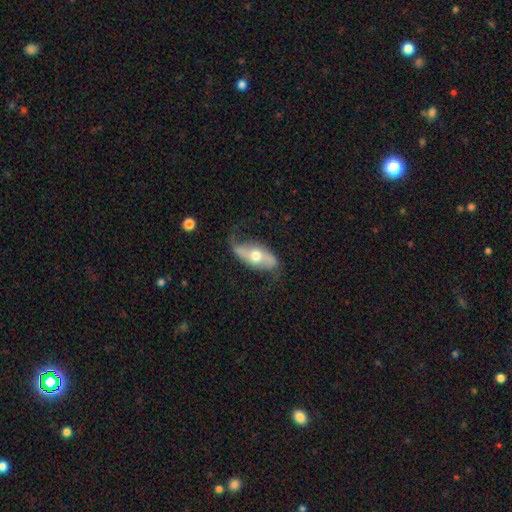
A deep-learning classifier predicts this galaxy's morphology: Smooth or featured? Predicted: featured or disk (p=0.74). Edge-on disk? Predicted: no (p=0.88). Bar? Predicted: no (p=0.54). Spiral arms? Predicted: yes (p=0.87). Spiral winding? Predicted: loose (p=0.75). Spiral arm count? Predicted: 2 (p=0.88). Bulge size? Predicted: moderate (p=0.74). Merging? Predicted: none (p=0.61).